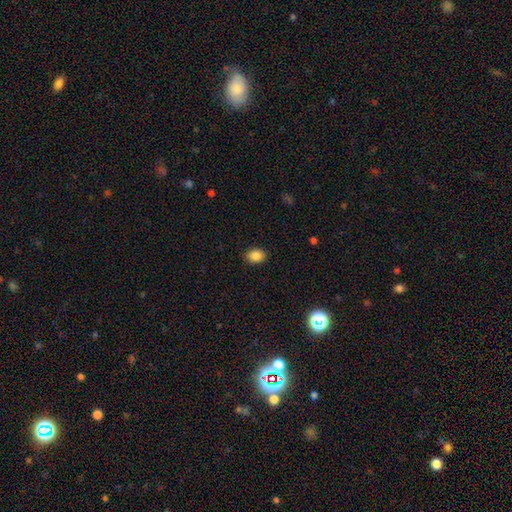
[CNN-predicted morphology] Overall: smooth (86%). How rounded: in between (70%). Merging: none (88%).